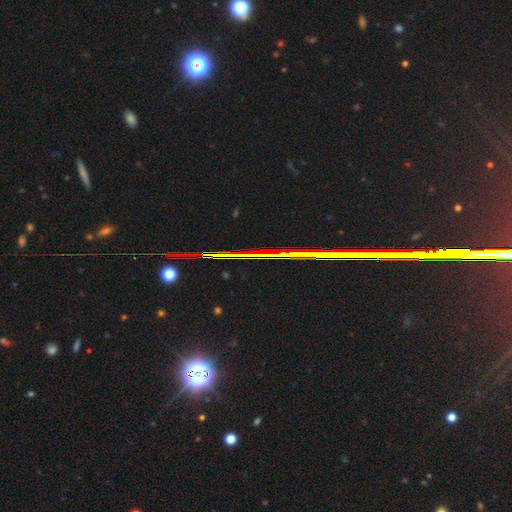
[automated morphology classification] A star or artifact, not a galaxy (81%).

Vote fractions:
- Smooth or featured? star or artifact: 81% / featured or disk: 11% / smooth: 9%